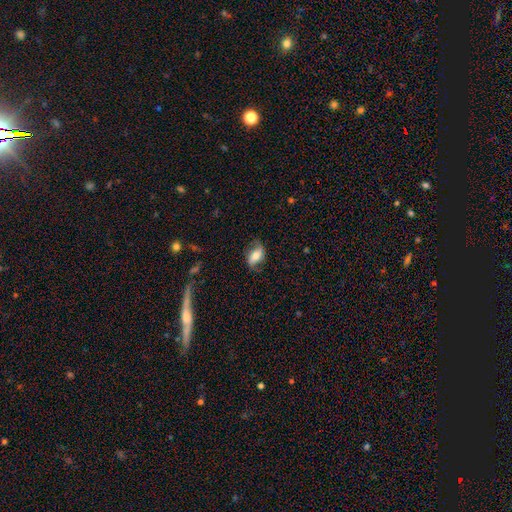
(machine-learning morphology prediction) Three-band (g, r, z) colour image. It shows a featured or disk galaxy (49%). Merging: none (69%).